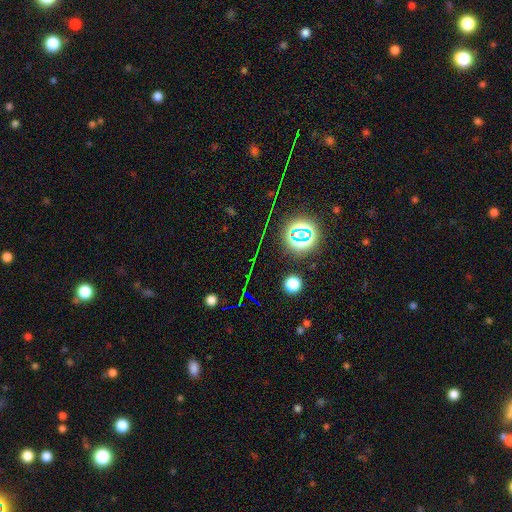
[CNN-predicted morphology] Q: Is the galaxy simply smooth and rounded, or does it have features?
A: star or artifact — 75%.